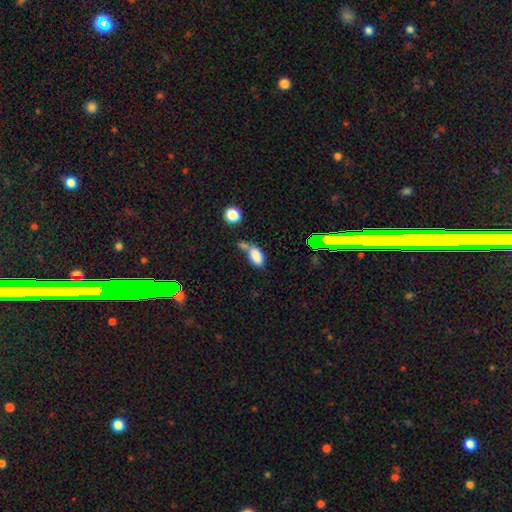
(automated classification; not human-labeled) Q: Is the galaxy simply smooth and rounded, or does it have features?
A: smooth — 82%.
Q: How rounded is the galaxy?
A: in between — 91%.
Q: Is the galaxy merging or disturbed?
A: none — 39%.